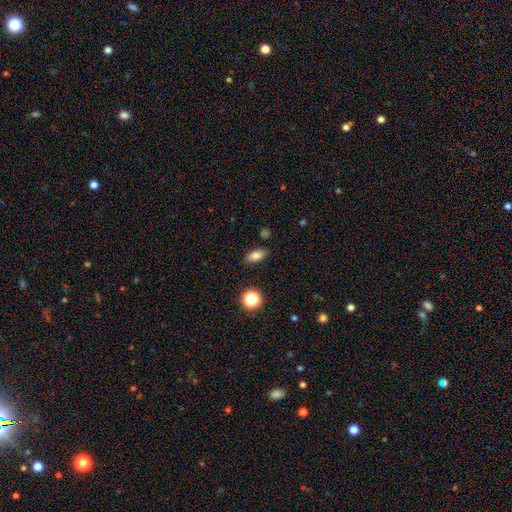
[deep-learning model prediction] Q: Smooth or featured?
A: smooth (80%); runner-up: star or artifact (12%)
Q: How rounded?
A: in between (82%); runner-up: cigar-shaped (10%)
Q: Merging?
A: none (85%); runner-up: minor disturbance (10%)